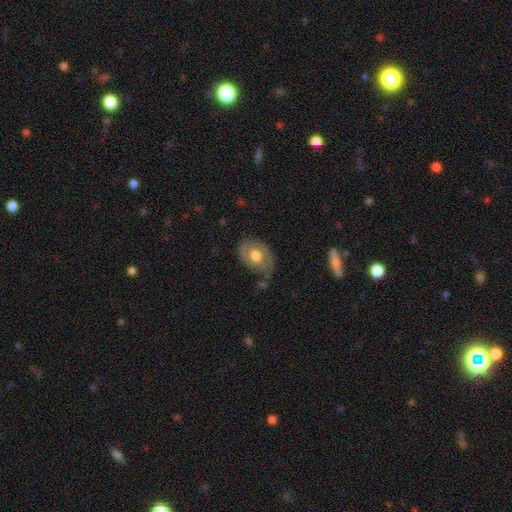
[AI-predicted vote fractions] Smooth or featured: smooth — 50% (featured or disk — 44%)
Merging: none — 58% (minor disturbance — 27%)